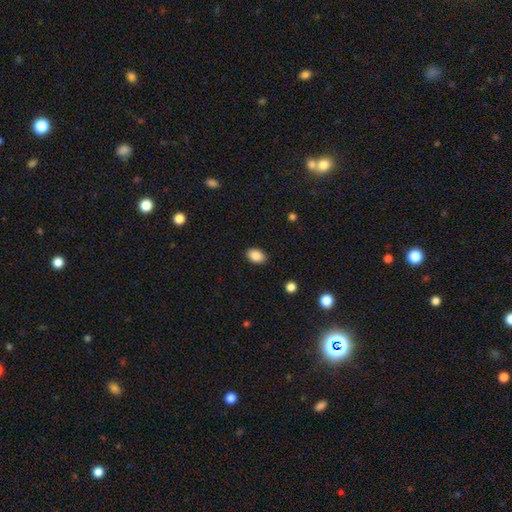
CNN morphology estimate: This is clearly a smooth galaxy (88%). How rounded: clearly in between (82%). Merging: clearly none (88%).